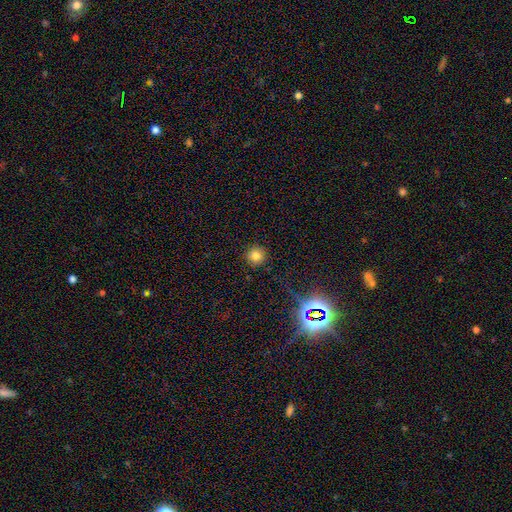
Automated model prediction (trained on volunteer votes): Smooth or featured? Predicted: smooth (p=0.78). How rounded? Predicted: round (p=0.94). Merging? Predicted: none (p=0.90).